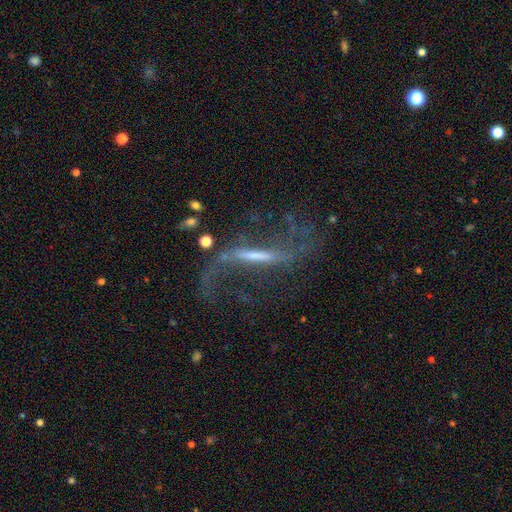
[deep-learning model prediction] This appears to be a featured or disk galaxy (76%). Merging: none (45%).